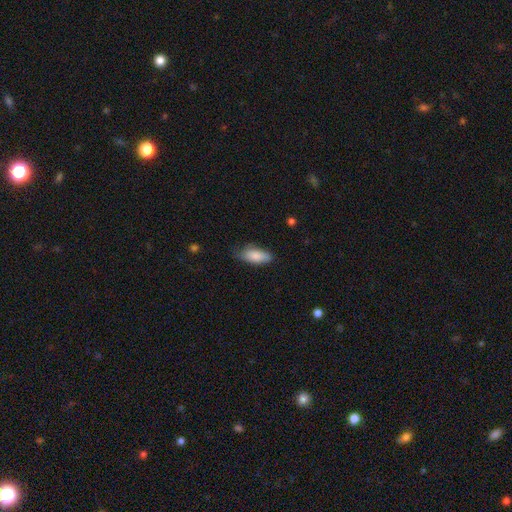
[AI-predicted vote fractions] Smooth or featured? Predicted: smooth (p=0.85). How rounded? Predicted: in between (p=0.84). Merging? Predicted: none (p=0.66).